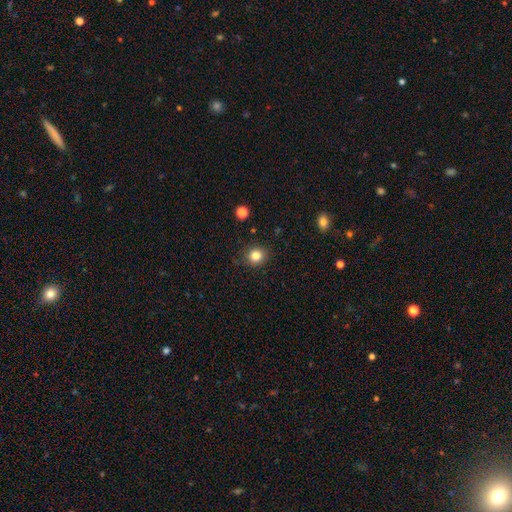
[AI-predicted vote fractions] smooth 83%, star or artifact 11%, featured or disk 5%. Down the decision tree: how rounded — round (87%); merging — none (89%).